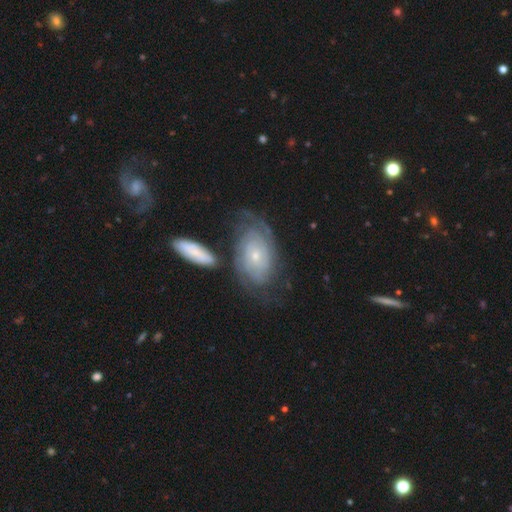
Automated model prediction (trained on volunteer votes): Q: Smooth or featured?
A: featured or disk (76%); runner-up: smooth (18%)
Q: Edge-on disk?
A: no (95%); runner-up: yes (5%)
Q: Bar?
A: no (81%); runner-up: weak (16%)
Q: Spiral arms?
A: yes (91%); runner-up: no (9%)
Q: Spiral winding?
A: tight (73%); runner-up: medium (20%)
Q: Spiral arm count?
A: can't tell (51%); runner-up: 2 (22%)
Q: Bulge size?
A: small (75%); runner-up: moderate (21%)
Q: Merging?
A: none (56%); runner-up: minor disturbance (20%)